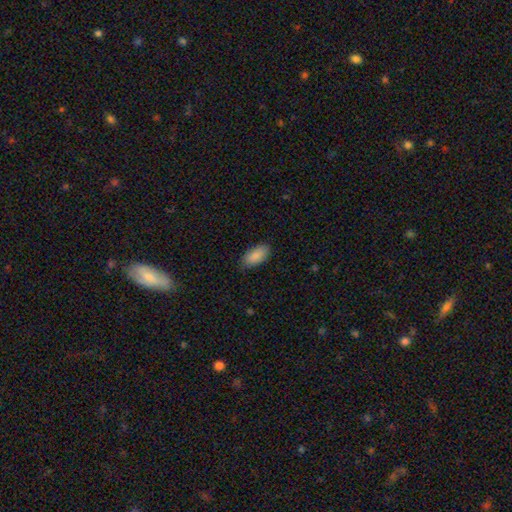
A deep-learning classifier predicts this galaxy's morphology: Smooth or featured?
  - smooth: 89% *
  - star or artifact: 6%
  - featured or disk: 5%
How rounded?
  - in between: 93% *
  - cigar-shaped: 5%
  - round: 2%
Merging?
  - none: 82% *
  - minor disturbance: 14%
  - major disturbance: 3%
  - merger: 1%